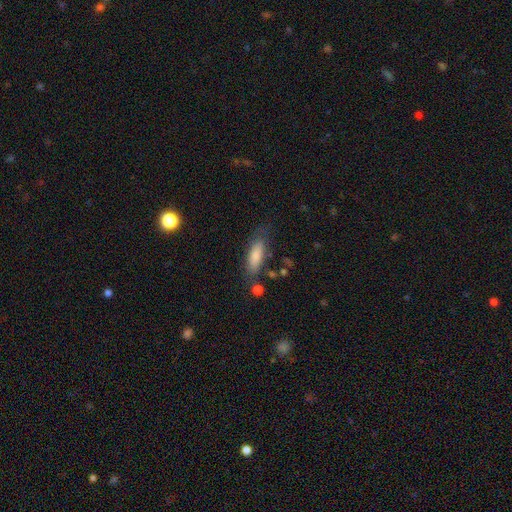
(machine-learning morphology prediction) This is clearly a smooth galaxy (81%). How rounded: likely in between (61%). Merging: likely none (67%).